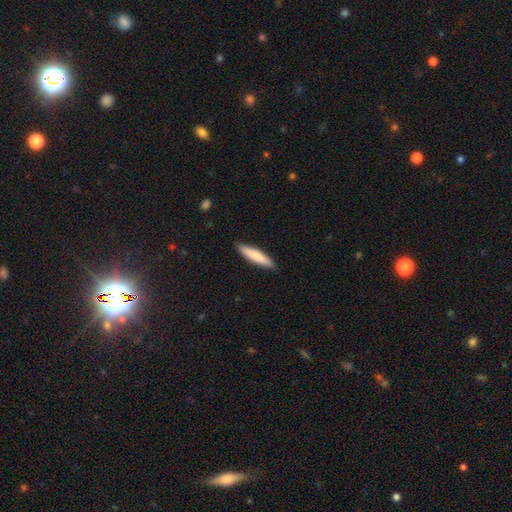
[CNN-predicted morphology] Smooth or featured?
  - smooth: 78% *
  - featured or disk: 18%
  - star or artifact: 5%
How rounded?
  - cigar-shaped: 84% *
  - in between: 14%
  - round: 1%
Merging?
  - none: 89% *
  - minor disturbance: 8%
  - major disturbance: 1%
  - merger: 1%